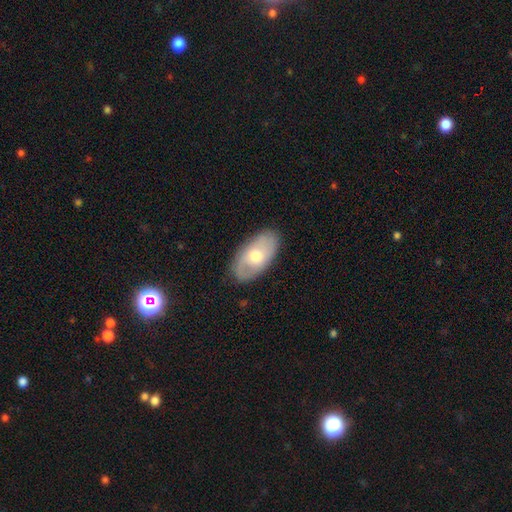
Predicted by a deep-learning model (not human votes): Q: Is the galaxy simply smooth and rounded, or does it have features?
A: smooth — 54%.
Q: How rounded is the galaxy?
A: in between — 93%.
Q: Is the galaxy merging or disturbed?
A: none — 83%.